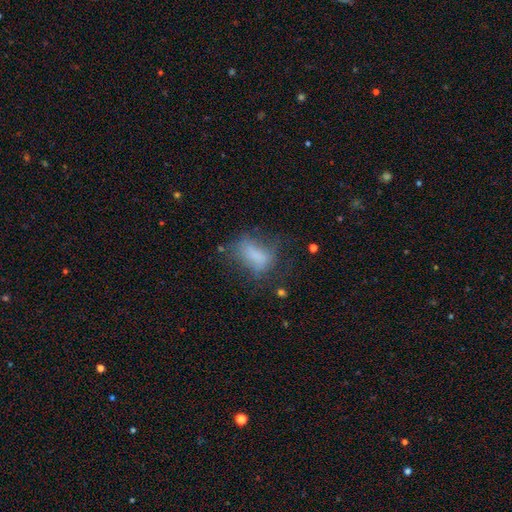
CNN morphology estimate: The model was most divided on "merging": none: 38%, major disturbance: 31%, minor disturbance: 27%, merger: 4%. More confident: how rounded — in between (82%); smooth or featured — smooth (62%).